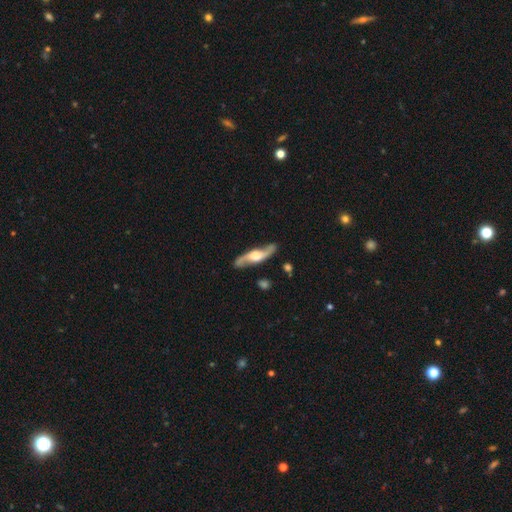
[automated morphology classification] Smooth or featured?
  - featured or disk: 82% *
  - smooth: 14%
  - star or artifact: 4%
Edge-on disk?
  - no: 71% *
  - yes: 29%
Bar?
  - no: 55% *
  - weak: 35%
  - strong: 11%
Spiral arms?
  - yes: 95% *
  - no: 5%
Spiral winding?
  - loose: 66% *
  - medium: 27%
  - tight: 7%
Spiral arm count?
  - 2: 93% *
  - can't tell: 3%
  - 1: 1%
  - 3: 1%
  - 4: 1%
  - more than 4: 1%
Bulge size?
  - moderate: 43% *
  - large: 38%
  - small: 10%
  - none: 6%
  - dominant: 3%
Merging?
  - none: 83% *
  - minor disturbance: 11%
  - major disturbance: 3%
  - merger: 2%